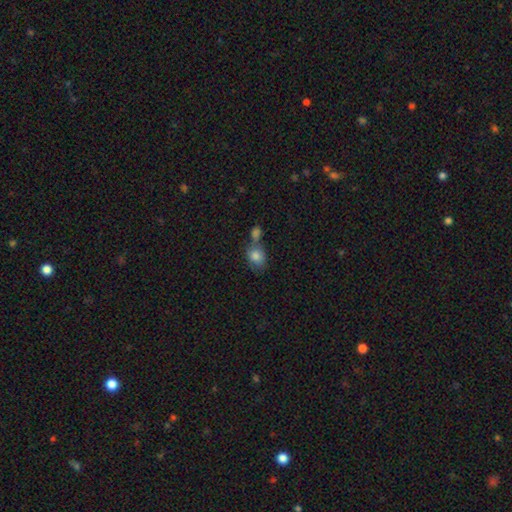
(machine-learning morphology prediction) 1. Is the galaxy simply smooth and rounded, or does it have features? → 83% smooth, 9% featured or disk, 9% star or artifact.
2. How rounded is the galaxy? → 55% in between, 44% round, 1% cigar-shaped.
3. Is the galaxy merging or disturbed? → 45% merger, 37% none, 12% minor disturbance, 5% major disturbance.